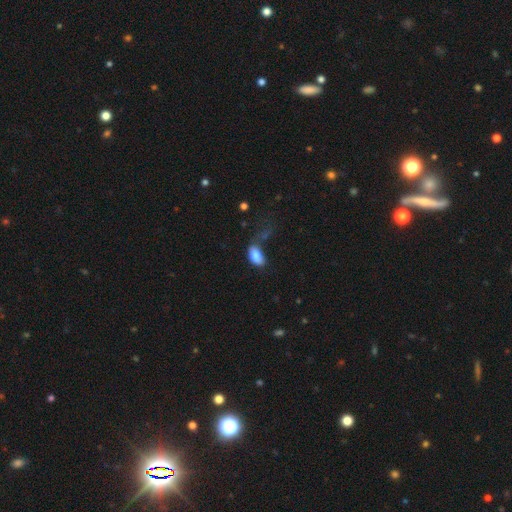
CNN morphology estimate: Smooth or featured? Predicted: smooth (p=0.83). How rounded? Predicted: in between (p=0.93). Merging? Predicted: none (p=0.44).